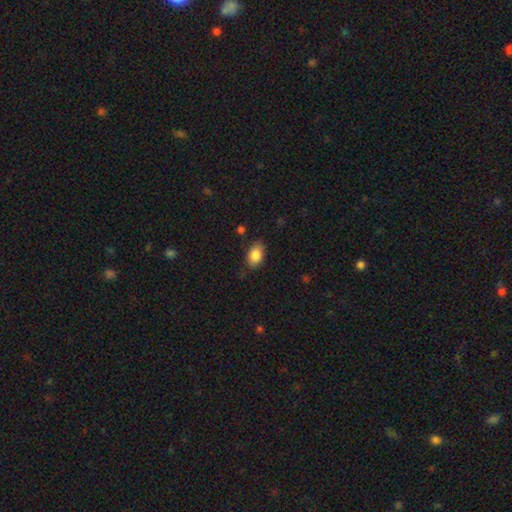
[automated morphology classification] smooth 85%, star or artifact 8%, featured or disk 7%. Down the decision tree: how rounded — in between (89%); merging — none (80%).